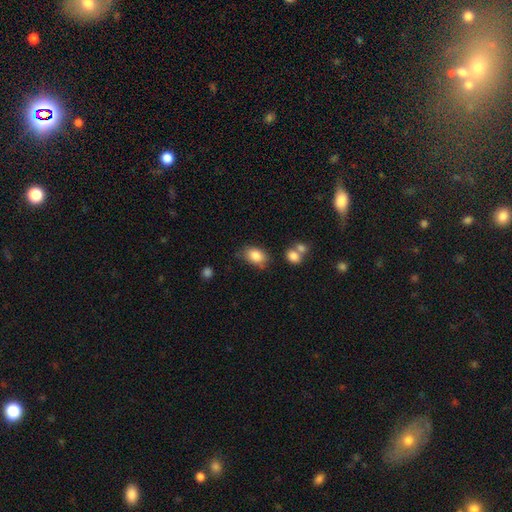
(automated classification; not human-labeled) This is clearly a smooth galaxy (84%). How rounded: clearly in between (84%). Merging: likely none (68%).